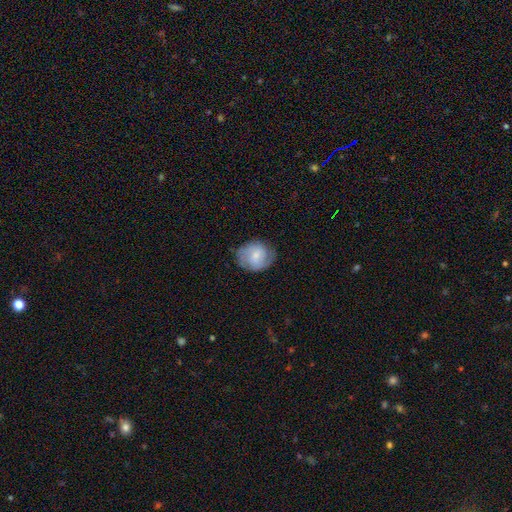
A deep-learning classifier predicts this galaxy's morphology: smooth 49%, featured or disk 44%, star or artifact 7%. Down the decision tree: merging — none (72%).